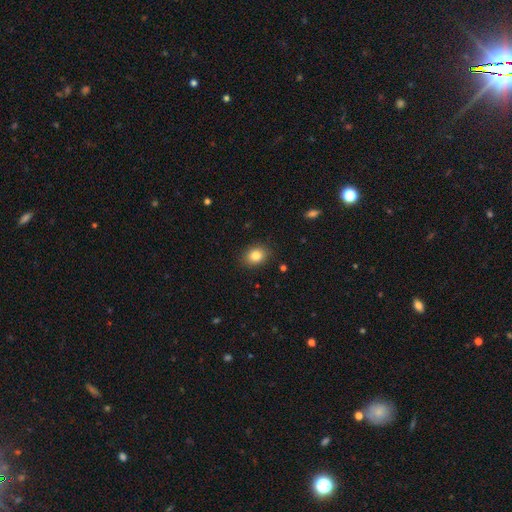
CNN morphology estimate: smooth-or-featured: smooth: 84% | star or artifact: 10% | featured or disk: 7%
  how-rounded: in between: 60% | round: 38% | cigar-shaped: 1%
  merging: none: 87% | minor disturbance: 9% | major disturbance: 2% | merger: 1%